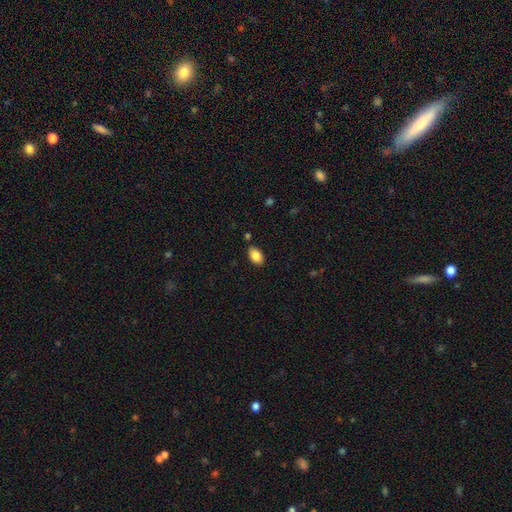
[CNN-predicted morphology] This is clearly a smooth galaxy (86%). How rounded: clearly in between (90%). Merging: clearly none (85%).